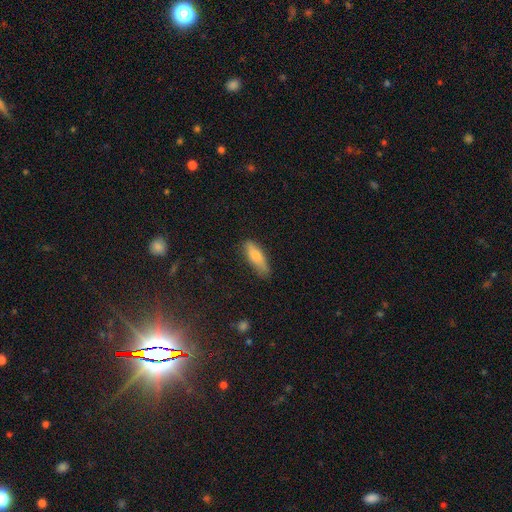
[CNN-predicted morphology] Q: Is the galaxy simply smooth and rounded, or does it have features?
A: smooth — 79%.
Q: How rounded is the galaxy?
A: in between — 51%.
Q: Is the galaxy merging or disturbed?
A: none — 76%.